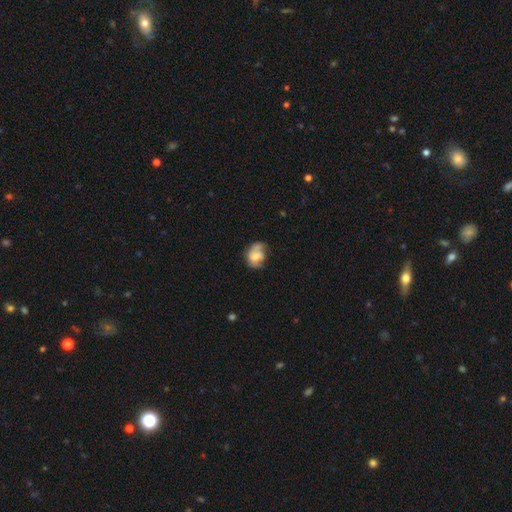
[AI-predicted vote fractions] Morphology: type=smooth (59%); roundness=in between (60%); merging=none (40%).